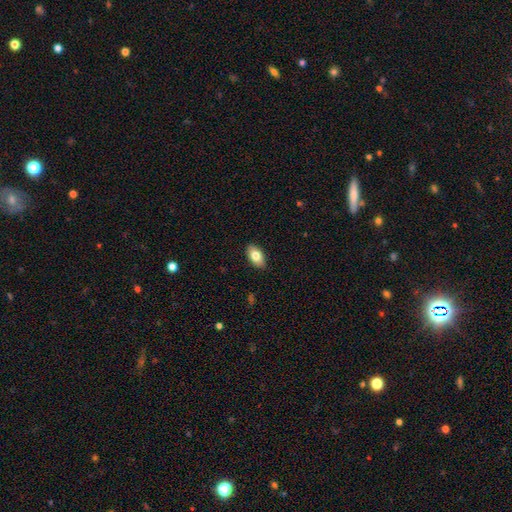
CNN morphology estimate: Smooth or featured: smooth — 80% (featured or disk — 13%)
How rounded: in between — 93% (round — 4%)
Merging: none — 89% (minor disturbance — 8%)